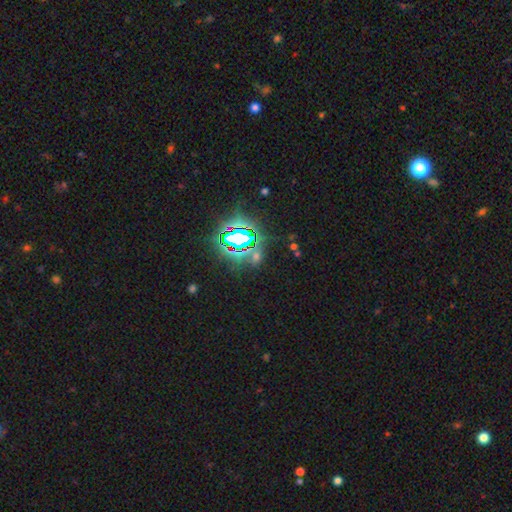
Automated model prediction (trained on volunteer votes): A star or artifact, not a galaxy (73%).

Vote fractions:
- Smooth or featured? star or artifact: 73% / smooth: 18% / featured or disk: 9%